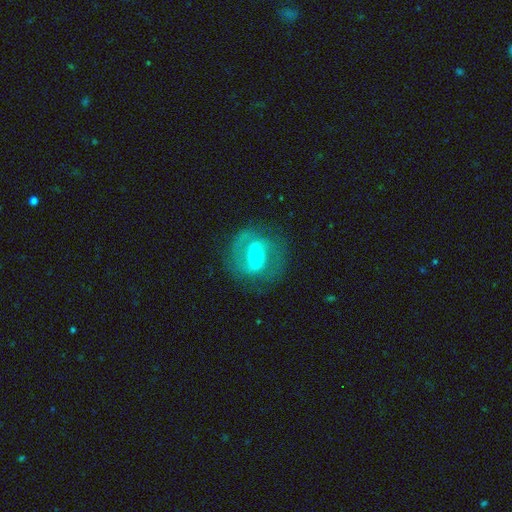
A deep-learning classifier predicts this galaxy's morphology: This is likely a featured or disk galaxy (77%). It is clearly not viewed edge-on (94%). Bar: possibly strong (47%). Spiral arm pattern: likely yes (77%). Spiral arm count: likely 2 (78%). Spiral winding: possibly medium (49%). Central bulge: possibly moderate (52%). Merging: likely none (72%).